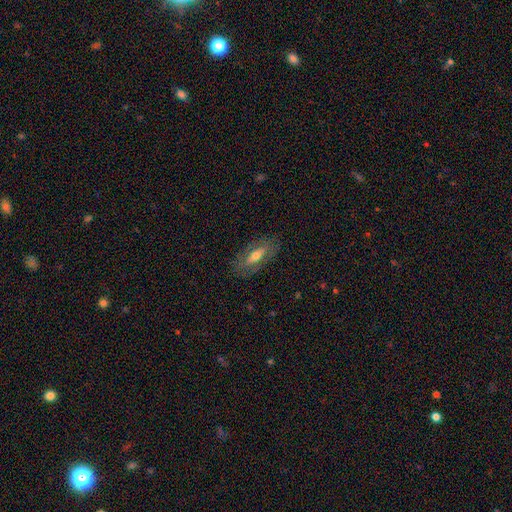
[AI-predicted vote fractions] Morphology: type=featured or disk (51%); edge-on=no (72%); merging=none (82%).